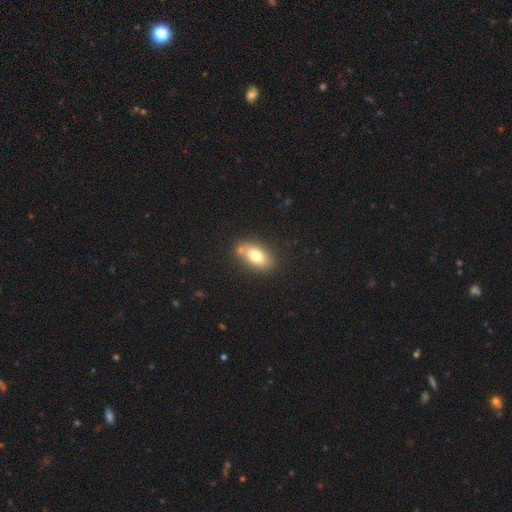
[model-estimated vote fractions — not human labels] Overall: smooth (74%). How rounded: in between (88%). Merging: none (73%).